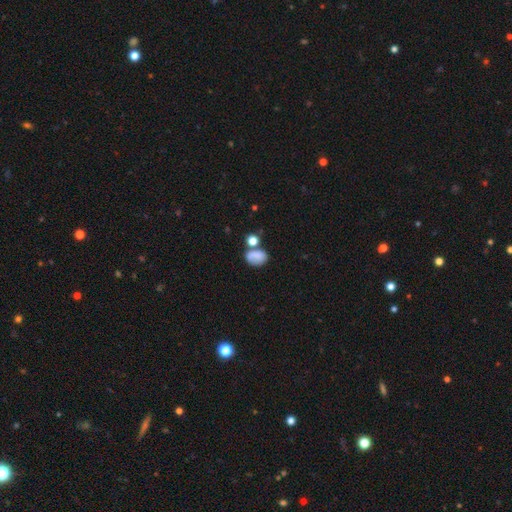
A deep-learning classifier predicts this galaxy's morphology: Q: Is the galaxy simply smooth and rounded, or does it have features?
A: smooth — 76%.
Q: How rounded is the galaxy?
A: in between — 71%.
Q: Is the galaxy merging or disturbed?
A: none — 48%.